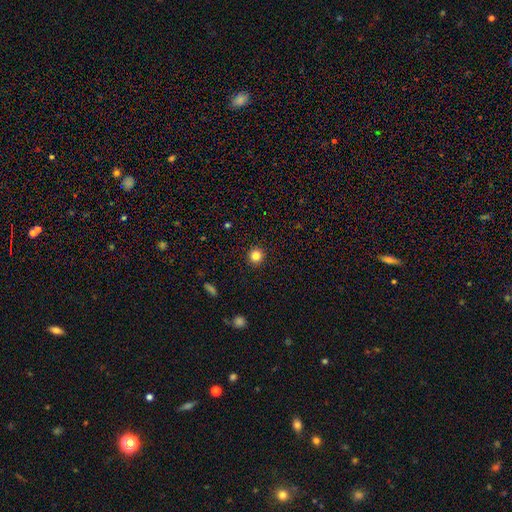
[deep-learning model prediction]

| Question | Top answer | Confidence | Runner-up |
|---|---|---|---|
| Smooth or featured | smooth | 83% | star or artifact (12%) |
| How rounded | round | 93% | in between (6%) |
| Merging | none | 92% | minor disturbance (5%) |